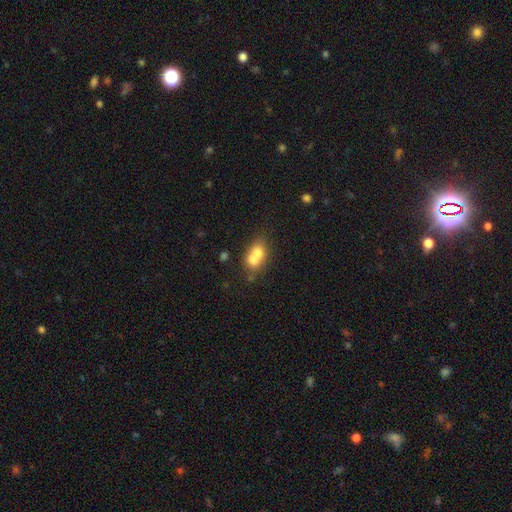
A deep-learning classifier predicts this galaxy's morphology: This appears to be a smooth galaxy with no disk features (66%) that is round (52%). Merging: merger (67%).